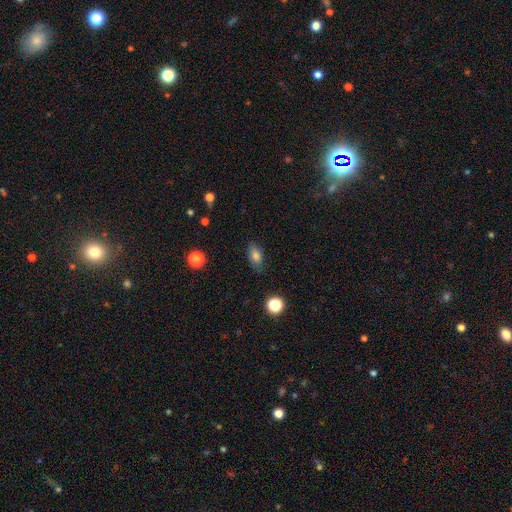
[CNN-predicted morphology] This is likely a smooth galaxy (79%). How rounded: clearly in between (85%). Merging: clearly none (81%).